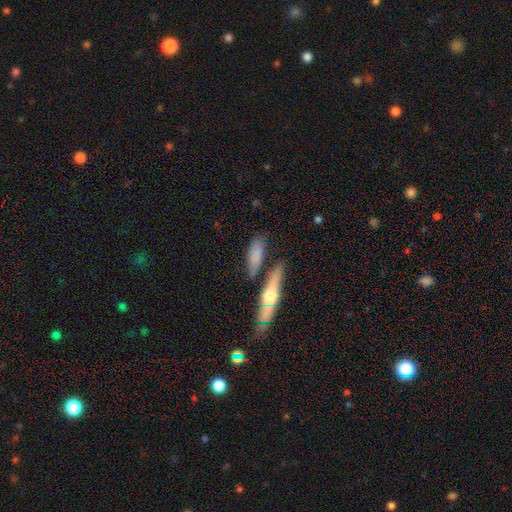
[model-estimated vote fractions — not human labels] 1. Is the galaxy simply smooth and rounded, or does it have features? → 68% smooth, 25% featured or disk, 8% star or artifact.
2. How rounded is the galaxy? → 48% in between, 47% cigar-shaped, 5% round.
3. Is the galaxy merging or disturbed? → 67% none, 15% minor disturbance, 14% merger, 5% major disturbance.